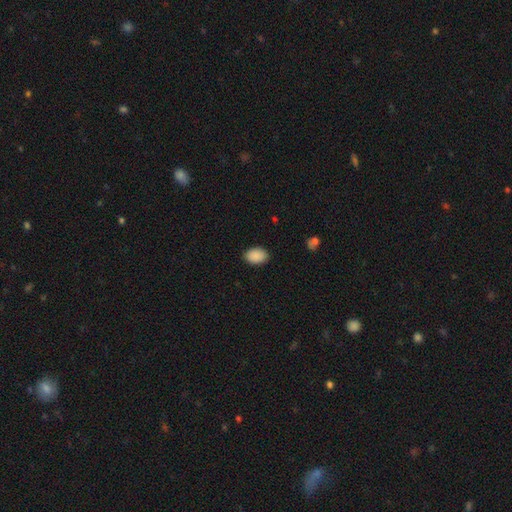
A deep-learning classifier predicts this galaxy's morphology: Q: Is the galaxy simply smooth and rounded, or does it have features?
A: smooth — 90%.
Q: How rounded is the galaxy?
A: in between — 84%.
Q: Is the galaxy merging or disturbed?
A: none — 88%.